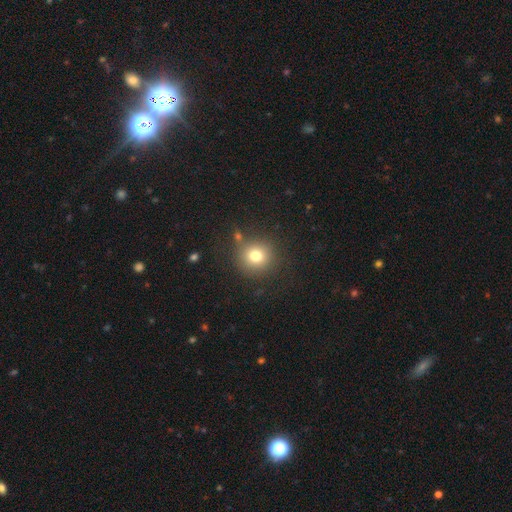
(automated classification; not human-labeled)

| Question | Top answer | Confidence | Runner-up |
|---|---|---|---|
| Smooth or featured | smooth | 76% | star or artifact (14%) |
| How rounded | round | 92% | in between (7%) |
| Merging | none | 81% | minor disturbance (10%) |